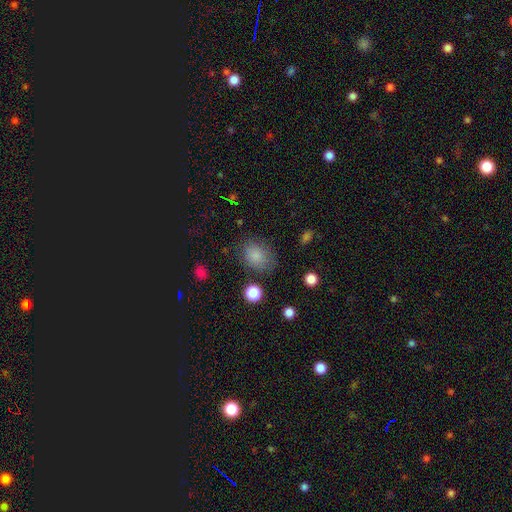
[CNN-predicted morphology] smooth-or-featured: smooth: 82% | star or artifact: 11% | featured or disk: 7%
  how-rounded: in between: 55% | round: 44% | cigar-shaped: 1%
  merging: none: 73% | minor disturbance: 18% | major disturbance: 7% | merger: 3%